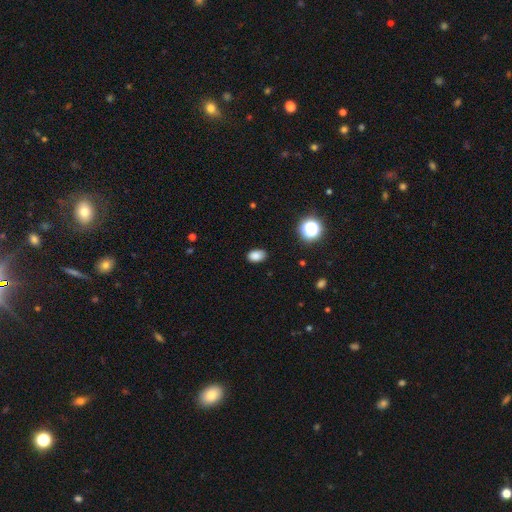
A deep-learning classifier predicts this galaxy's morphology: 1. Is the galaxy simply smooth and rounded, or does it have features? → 84% smooth, 12% star or artifact, 4% featured or disk.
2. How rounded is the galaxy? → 85% in between, 14% round, 1% cigar-shaped.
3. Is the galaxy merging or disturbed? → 87% none, 9% minor disturbance, 2% major disturbance, 1% merger.